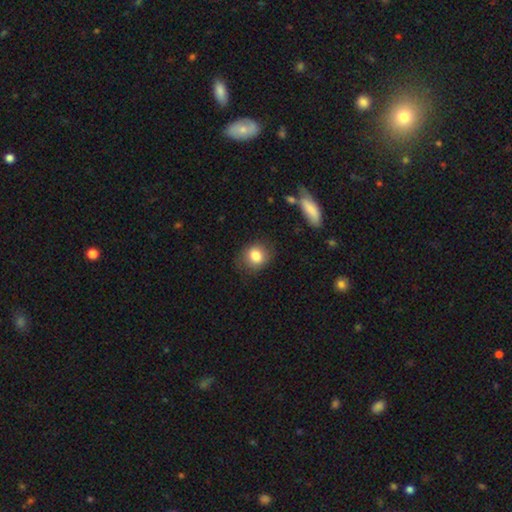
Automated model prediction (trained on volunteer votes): Q: Smooth or featured?
A: smooth (82%); runner-up: featured or disk (10%)
Q: How rounded?
A: round (63%); runner-up: in between (36%)
Q: Merging?
A: none (76%); runner-up: minor disturbance (17%)